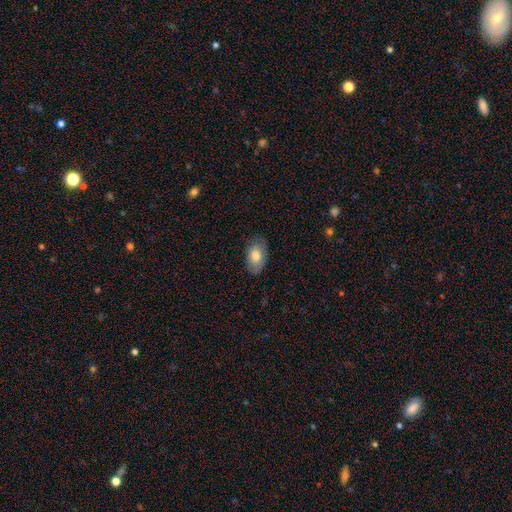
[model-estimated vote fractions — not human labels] A smooth galaxy with no disk features (76%) that is in between round and cigar-shaped (92%).

Vote fractions:
- Smooth or featured? smooth: 76% / featured or disk: 18% / star or artifact: 7%
- How rounded? in between: 92% / round: 6% / cigar-shaped: 1%
- Merging? none: 77% / minor disturbance: 18% / major disturbance: 4% / merger: 1%